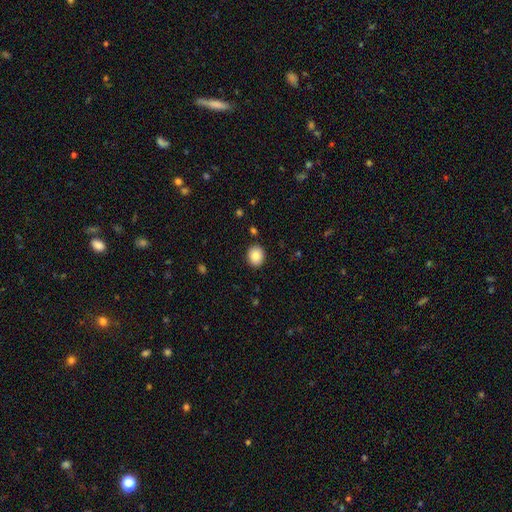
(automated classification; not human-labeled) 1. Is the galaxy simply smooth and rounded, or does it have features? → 87% smooth, 8% star or artifact, 5% featured or disk.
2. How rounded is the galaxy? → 60% round, 39% in between, 1% cigar-shaped.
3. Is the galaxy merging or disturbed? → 90% none, 7% minor disturbance, 2% major disturbance, 1% merger.